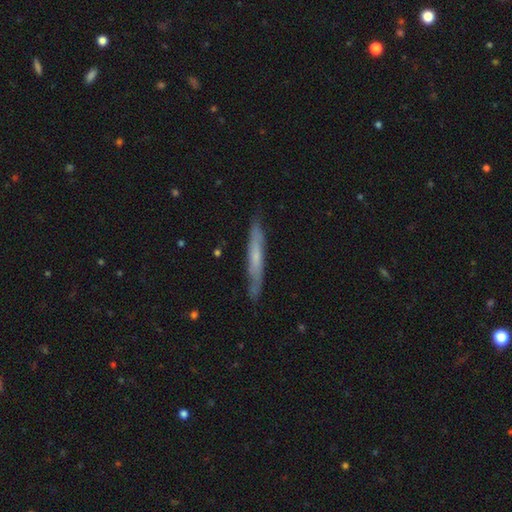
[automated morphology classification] This appears to be a featured or disk galaxy (51%) viewed edge-on (84%). Merging: none (82%).